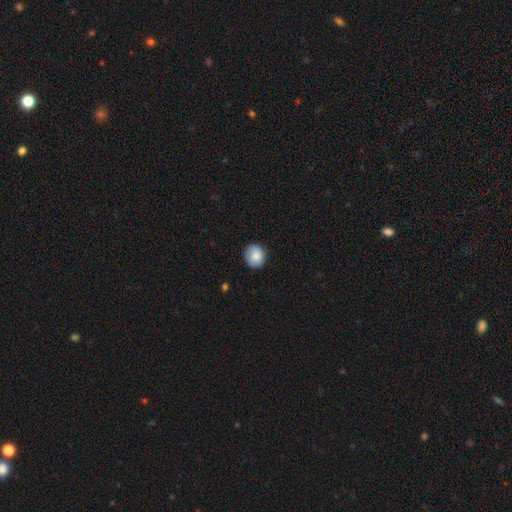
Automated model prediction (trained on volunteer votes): The model was most divided on "how rounded": round: 84%, in between: 15%, cigar-shaped: 1%. More confident: smooth or featured — smooth (84%); merging — none (84%).